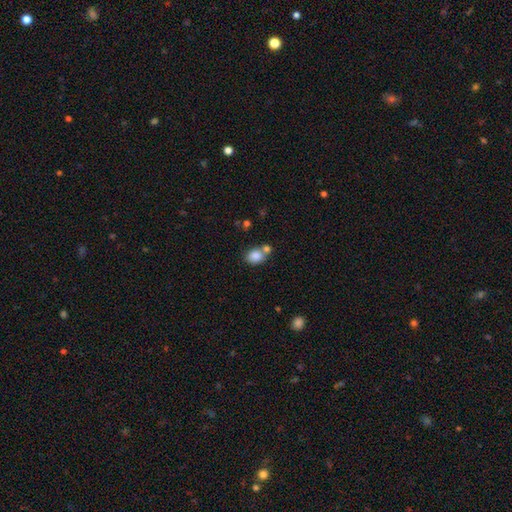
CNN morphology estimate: This is clearly a smooth galaxy (84%). How rounded: possibly in between (58%). Merging: possibly none (48%).